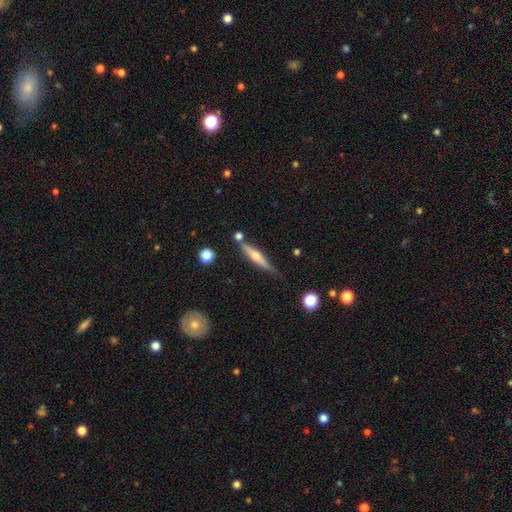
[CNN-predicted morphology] Overall: featured or disk (58%; smooth 35%). Edge-on disk: yes (95%). Edge-on bulge: rounded (80%). Merging: none (74%).